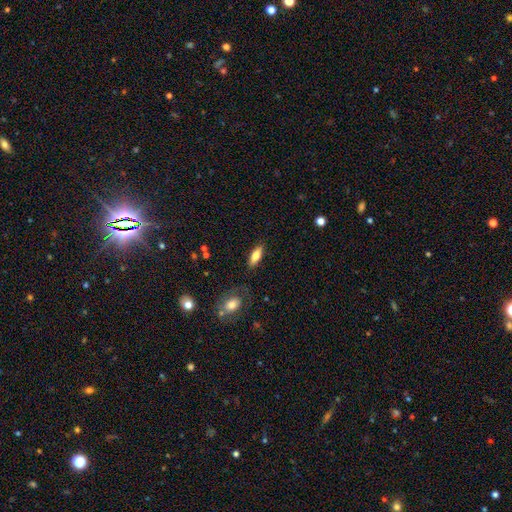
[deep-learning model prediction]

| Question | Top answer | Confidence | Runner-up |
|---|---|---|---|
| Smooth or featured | smooth | 72% | featured or disk (21%) |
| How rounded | in between | 67% | cigar-shaped (30%) |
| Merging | none | 84% | minor disturbance (11%) |